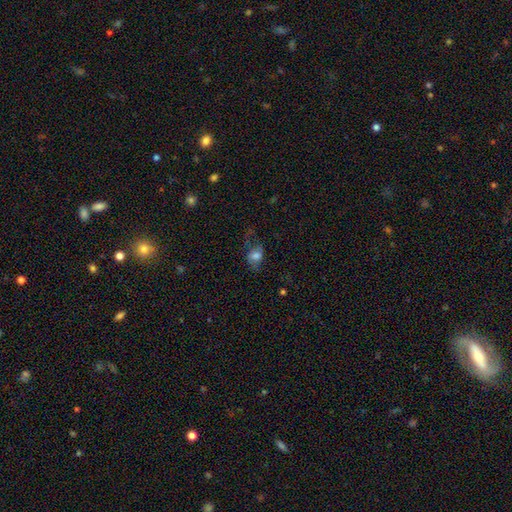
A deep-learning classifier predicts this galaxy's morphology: type=smooth (67%); roundness=in between (72%); merging=none (45%).